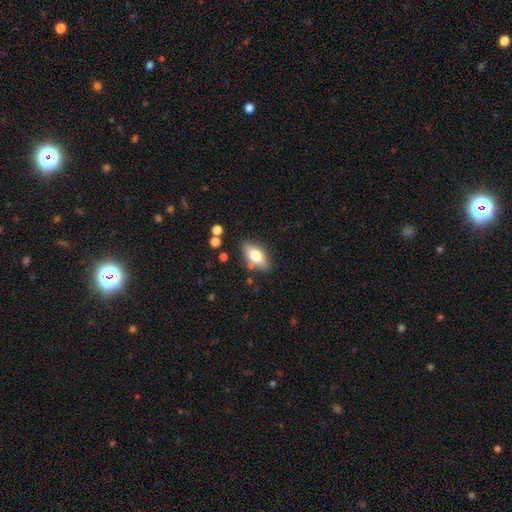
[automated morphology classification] Smooth or featured? smooth (73%)
How rounded? in between (85%)
Merging? none (78%)